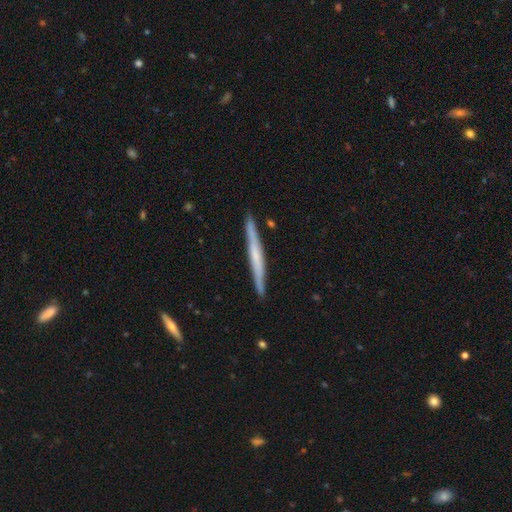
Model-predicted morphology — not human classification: A featured or disk galaxy (56%) viewed edge-on (96%) with no central bulge (64%). Merging: none (89%).